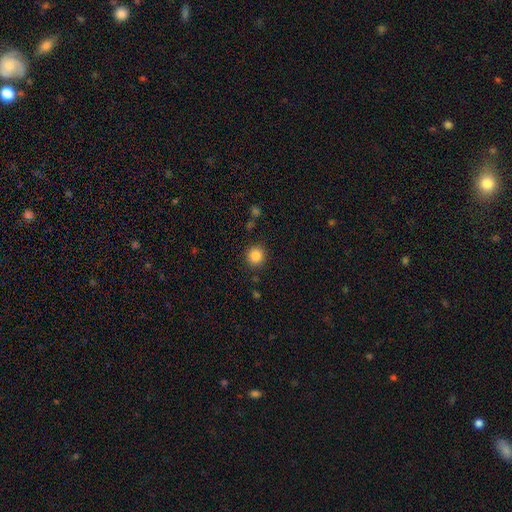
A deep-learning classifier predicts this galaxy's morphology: Smooth or featured? Predicted: smooth (p=0.86). How rounded? Predicted: round (p=0.91). Merging? Predicted: none (p=0.88).